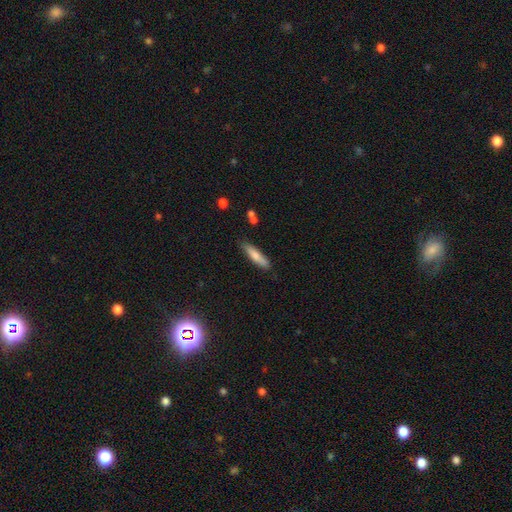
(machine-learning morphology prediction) Overall: smooth (73%). How rounded: cigar-shaped (80%). Merging: none (81%).